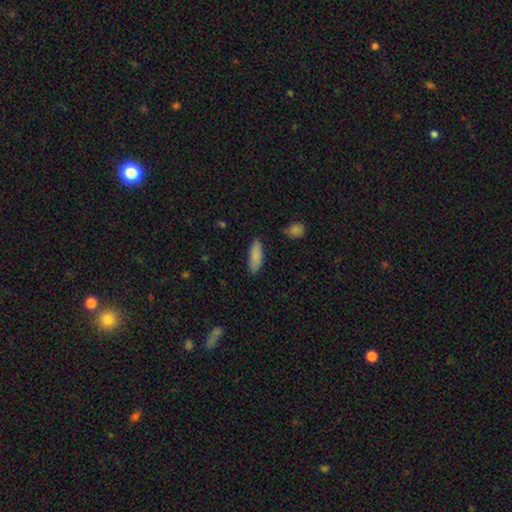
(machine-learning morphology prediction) Smooth or featured? Predicted: smooth (p=0.85). How rounded? Predicted: in between (p=0.58). Merging? Predicted: none (p=0.85).